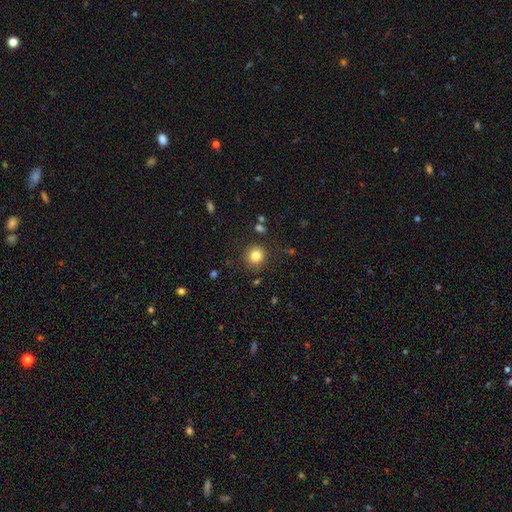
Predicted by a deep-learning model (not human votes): A smooth galaxy with no disk features (82%) that is round (91%). Merging: none (87%).